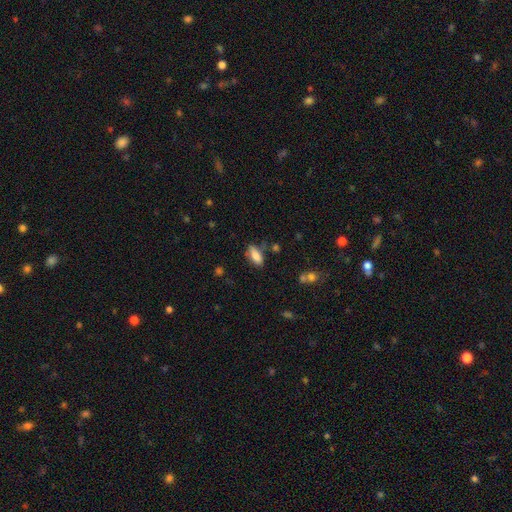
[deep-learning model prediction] The model was most divided on "merging": none: 69%, minor disturbance: 21%, major disturbance: 5%, merger: 5%. More confident: smooth or featured — smooth (80%); how rounded — in between (80%).